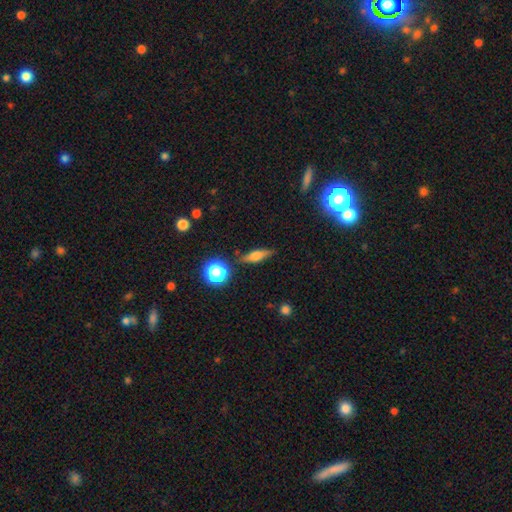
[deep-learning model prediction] Smooth or featured? smooth (51%)
How rounded? cigar-shaped (58%)
Merging? none (83%)